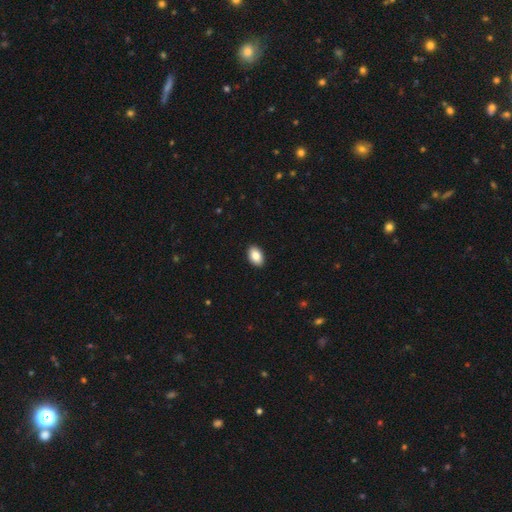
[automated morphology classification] Smooth or featured? smooth (87%)
How rounded? in between (91%)
Merging? none (91%)